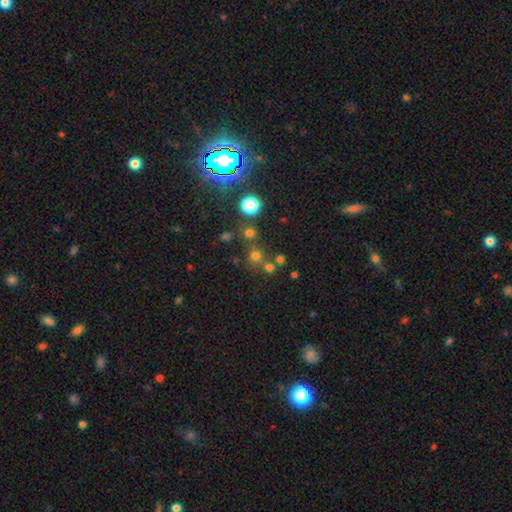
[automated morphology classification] Overall: smooth (60%; star or artifact 31%). How rounded: round (91%). Merging: none (70%).